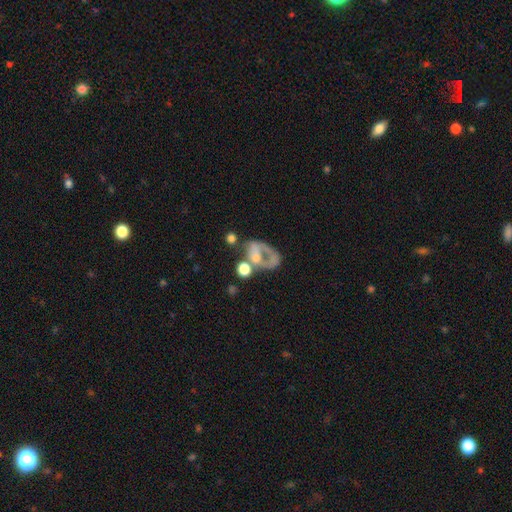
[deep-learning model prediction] This appears to be a featured or disk galaxy (46%). Merging: major disturbance (31%).